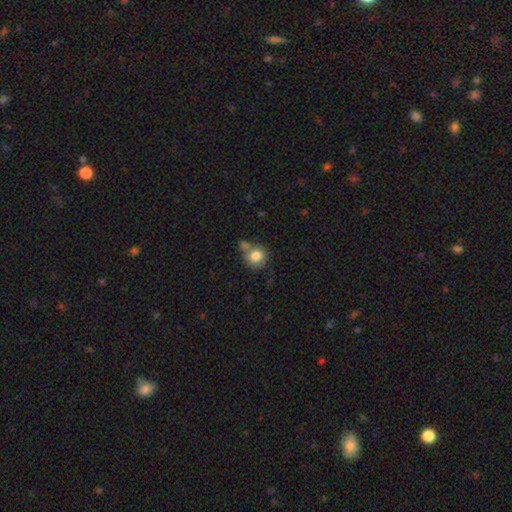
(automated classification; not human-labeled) smooth-or-featured: smooth: 80% | featured or disk: 11% | star or artifact: 9%
  how-rounded: round: 81% | in between: 18% | cigar-shaped: 1%
  merging: none: 49% | merger: 27% | minor disturbance: 17% | major disturbance: 7%